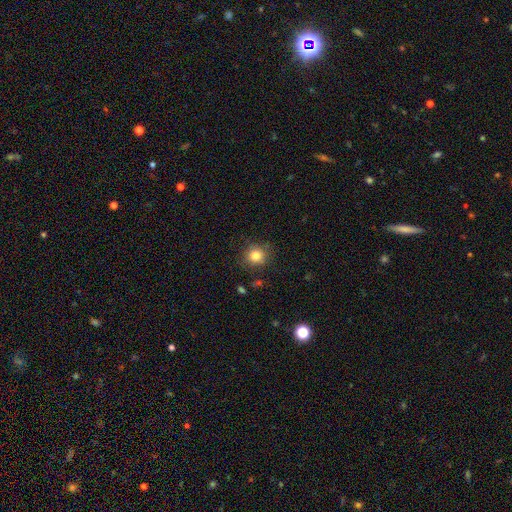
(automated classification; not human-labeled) A smooth galaxy with no disk features (83%) that is round (87%). Merging: none (84%).